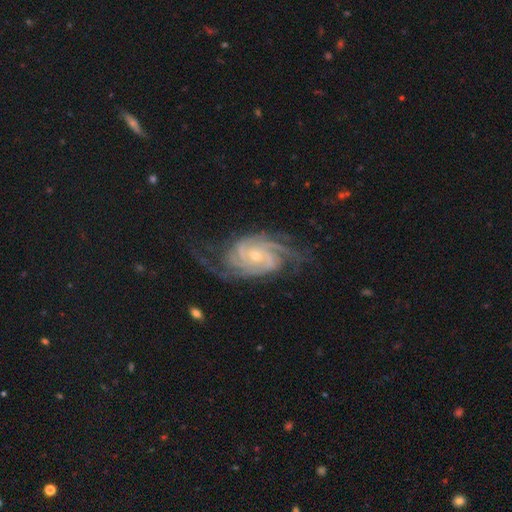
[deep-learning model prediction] Overall: featured or disk (92%). Edge-on disk: no (97%). Bar: no (63%; weak 26%). Spiral arms: yes (98%). Spiral arm count: 3 (25%, tied with 4). Spiral winding: tight (64%; medium 30%). Bulge size: small (68%; moderate 29%). Merging: none (69%).